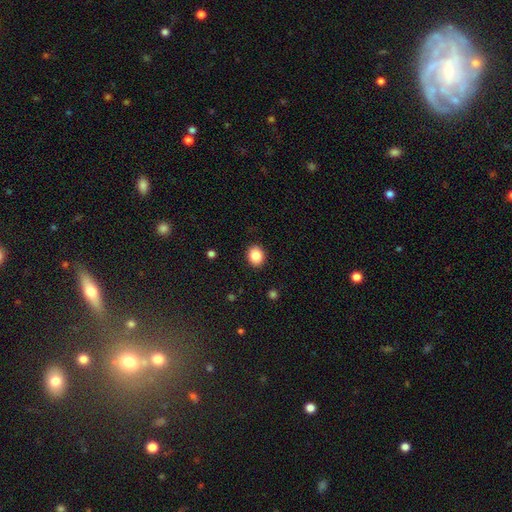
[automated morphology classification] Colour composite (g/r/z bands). It shows a smooth galaxy with no disk features (87%) that is round (60%). Merging: none (90%).